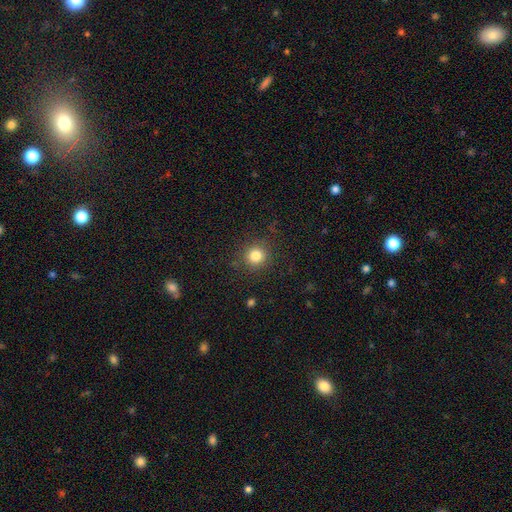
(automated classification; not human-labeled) The model was most divided on "smooth or featured": smooth: 82%, star or artifact: 13%, featured or disk: 6%. More confident: how rounded — round (92%); merging — none (88%).